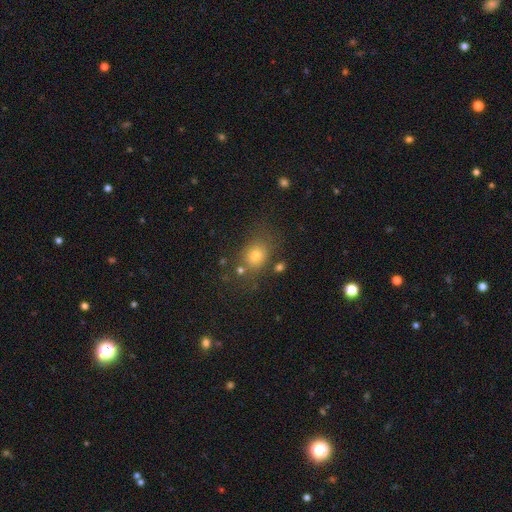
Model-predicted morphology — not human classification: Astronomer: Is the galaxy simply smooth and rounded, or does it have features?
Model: smooth — 73%.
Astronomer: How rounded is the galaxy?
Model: round — 52% (runner-up: in between, 47%).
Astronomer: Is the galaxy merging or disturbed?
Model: none — 72%.